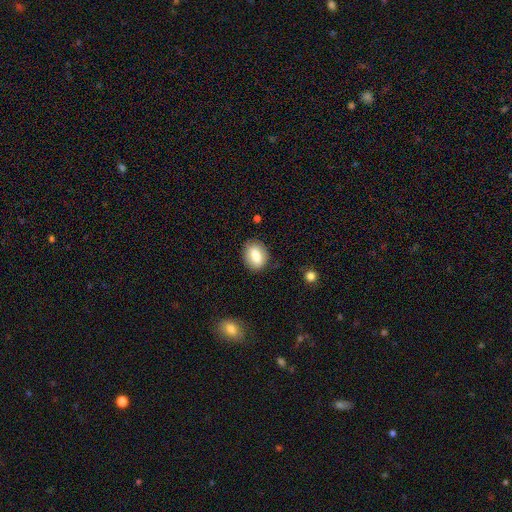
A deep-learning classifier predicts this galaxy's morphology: type=smooth (81%); roundness=in between (67%); merging=none (81%).